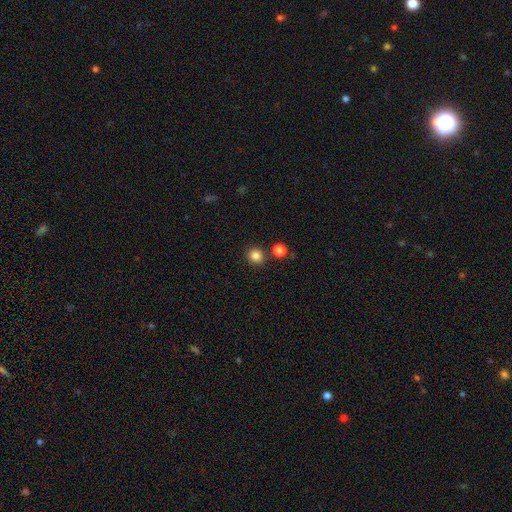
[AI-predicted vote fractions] This is clearly a smooth galaxy (84%). How rounded: clearly round (89%). Merging: clearly none (85%).